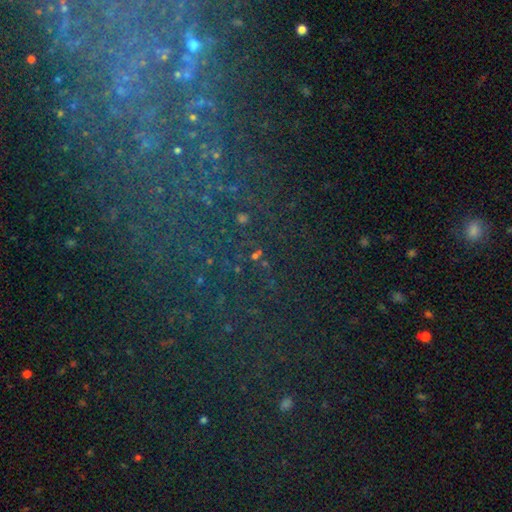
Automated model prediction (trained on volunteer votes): Smooth or featured? star or artifact (76%)